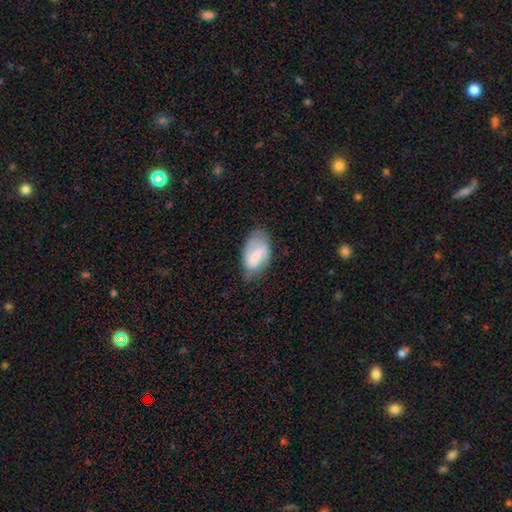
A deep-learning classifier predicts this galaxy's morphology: smooth_or_featured: smooth (p=0.60) [alt: featured or disk p=0.32]
how_rounded: in between (p=0.92) [alt: round p=0.07]
merging: none (p=0.52) [alt: minor disturbance p=0.34]